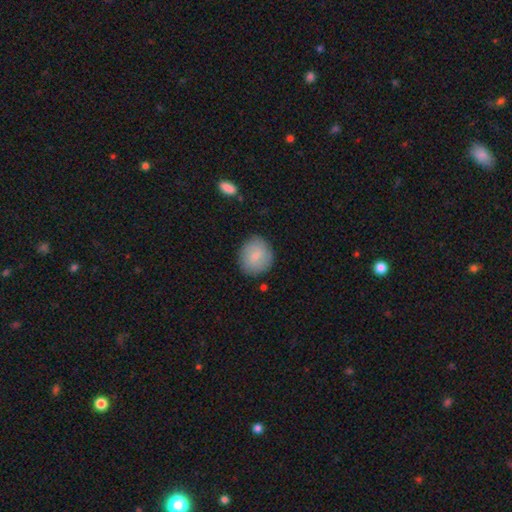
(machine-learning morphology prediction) Smooth or featured? Predicted: smooth (p=0.81). How rounded? Predicted: round (p=0.80). Merging? Predicted: none (p=0.84).